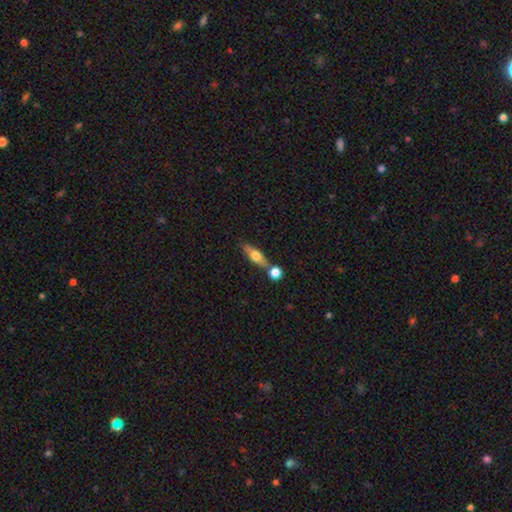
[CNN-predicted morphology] smooth-or-featured: smooth: 55% | featured or disk: 38% | star or artifact: 7%
  how-rounded: cigar-shaped: 48% | in between: 46% | round: 6%
  merging: none: 65% | merger: 20% | minor disturbance: 11% | major disturbance: 3%